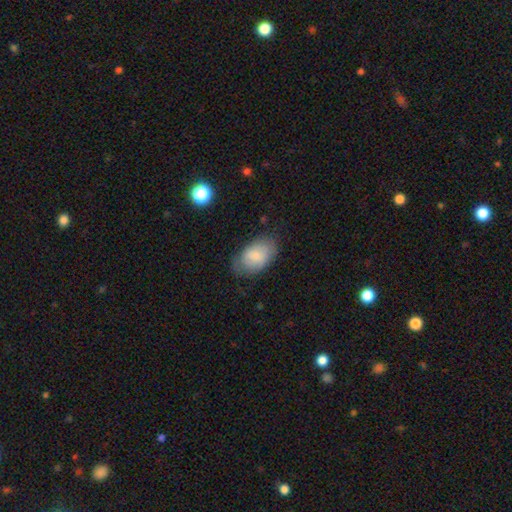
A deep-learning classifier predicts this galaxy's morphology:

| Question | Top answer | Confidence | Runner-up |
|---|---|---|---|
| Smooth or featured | smooth | 74% | featured or disk (19%) |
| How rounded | in between | 91% | round (8%) |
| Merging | none | 66% | minor disturbance (25%) |